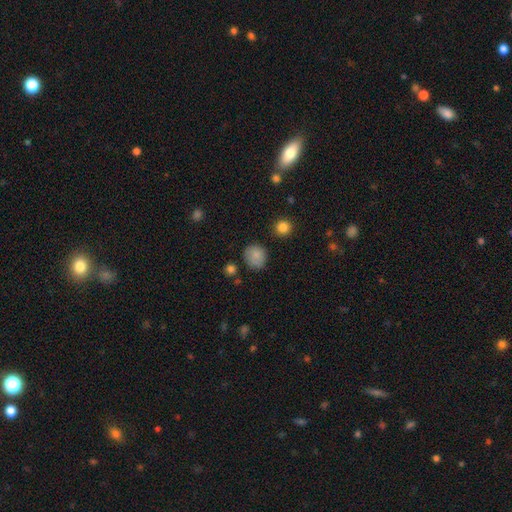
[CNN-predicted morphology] smooth_or_featured: smooth (p=0.83) [alt: star or artifact p=0.11]
how_rounded: round (p=0.82) [alt: in between p=0.17]
merging: none (p=0.77) [alt: minor disturbance p=0.16]